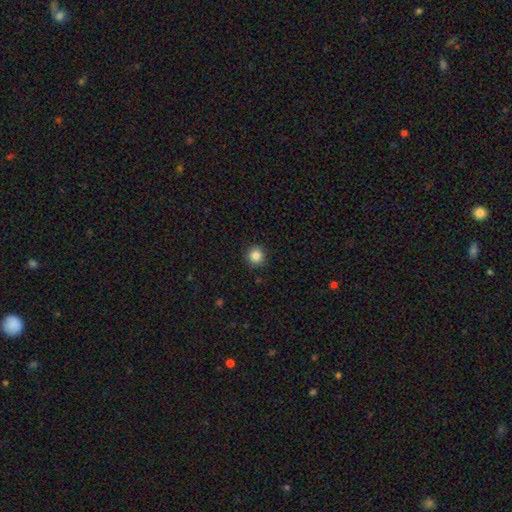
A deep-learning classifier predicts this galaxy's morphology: Smooth or featured: smooth — 85% (star or artifact — 11%)
How rounded: round — 94% (in between — 5%)
Merging: none — 91% (minor disturbance — 6%)